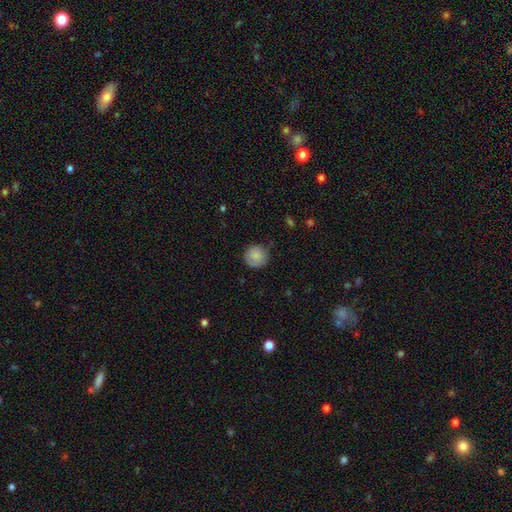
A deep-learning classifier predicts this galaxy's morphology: The model was most divided on "merging": none: 76%, minor disturbance: 19%, major disturbance: 4%, merger: 1%. More confident: how rounded — round (92%); smooth or featured — smooth (84%).